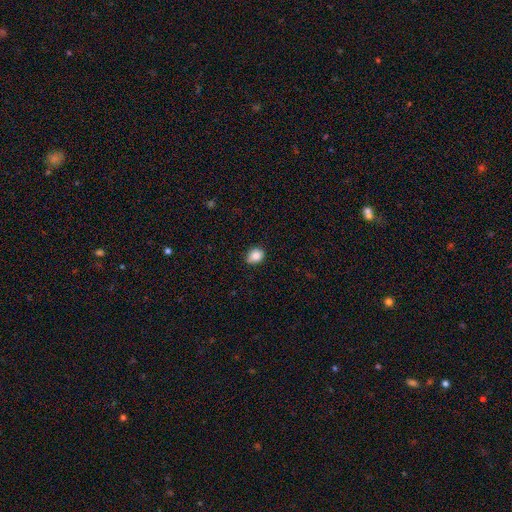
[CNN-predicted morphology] Smooth or featured: smooth — 86% (star or artifact — 9%)
How rounded: in between — 53% (round — 46%)
Merging: none — 74% (minor disturbance — 22%)